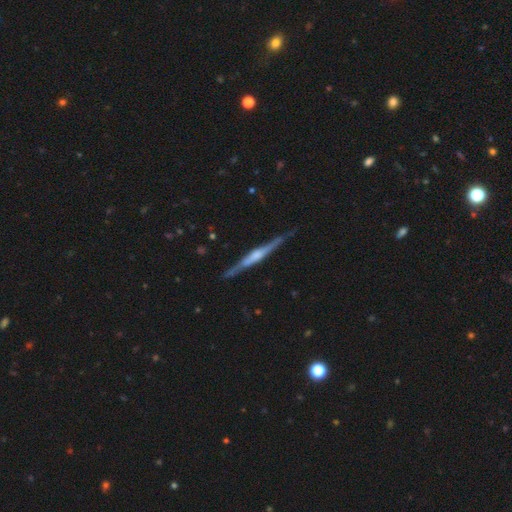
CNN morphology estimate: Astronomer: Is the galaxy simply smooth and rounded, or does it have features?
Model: featured or disk — 78%.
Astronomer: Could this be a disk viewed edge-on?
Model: yes — 98%.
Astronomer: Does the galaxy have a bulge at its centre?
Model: rounded — 55%.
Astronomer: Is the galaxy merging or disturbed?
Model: none — 84%.